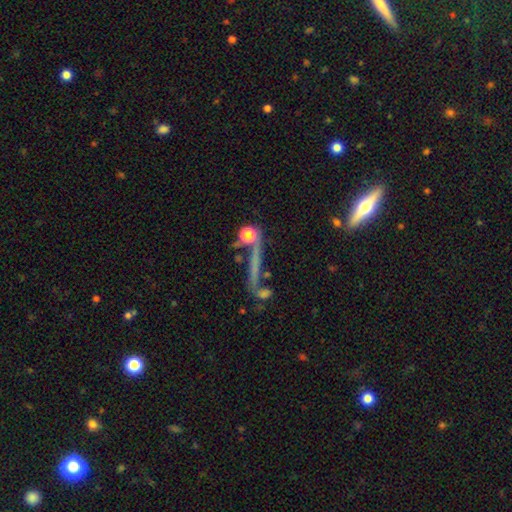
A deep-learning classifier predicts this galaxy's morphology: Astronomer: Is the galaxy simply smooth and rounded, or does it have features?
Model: featured or disk — 42% (runner-up: smooth, 38%).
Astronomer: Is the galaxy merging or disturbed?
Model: none — 57%.